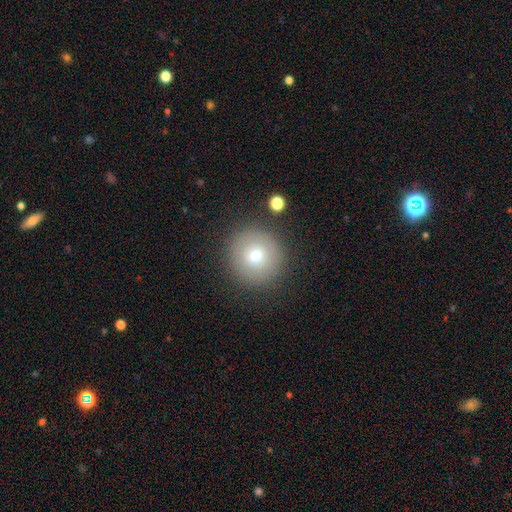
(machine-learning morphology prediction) Smooth or featured: smooth — 69% (featured or disk — 17%)
How rounded: round — 96% (in between — 3%)
Merging: none — 87% (minor disturbance — 7%)